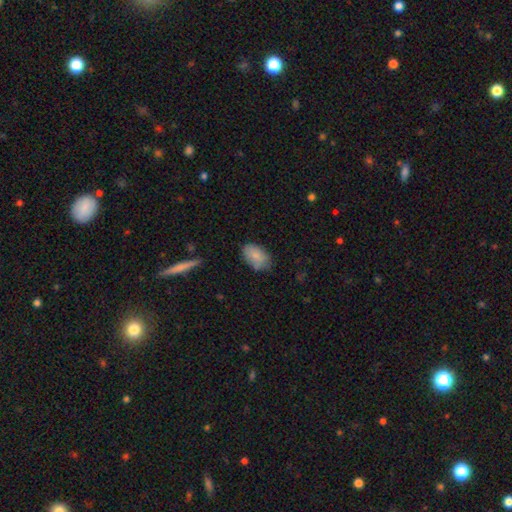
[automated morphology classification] A smooth galaxy with no disk features (84%) that is in between round and cigar-shaped (90%).

Vote fractions:
- Smooth or featured? smooth: 84% / featured or disk: 9% / star or artifact: 7%
- How rounded? in between: 90% / round: 9% / cigar-shaped: 1%
- Merging? none: 71% / minor disturbance: 22% / major disturbance: 5% / merger: 2%